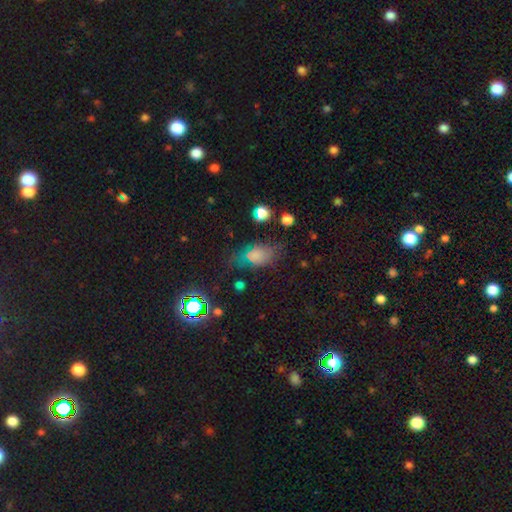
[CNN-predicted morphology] This is likely a smooth galaxy (65%). How rounded: clearly in between (82%). Merging: possibly none (55%).